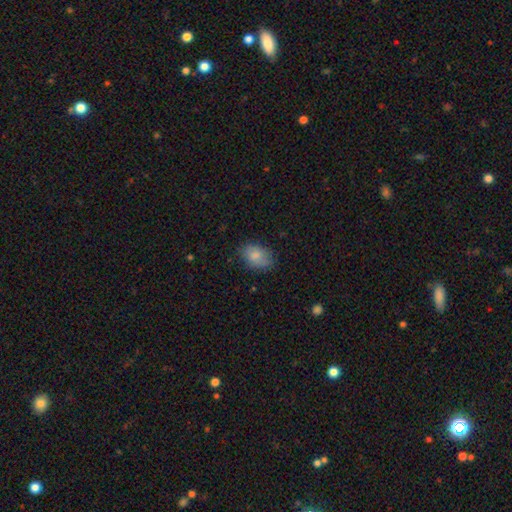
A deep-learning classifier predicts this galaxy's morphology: This is clearly a smooth galaxy (84%). How rounded: clearly in between (84%). Merging: likely none (76%).